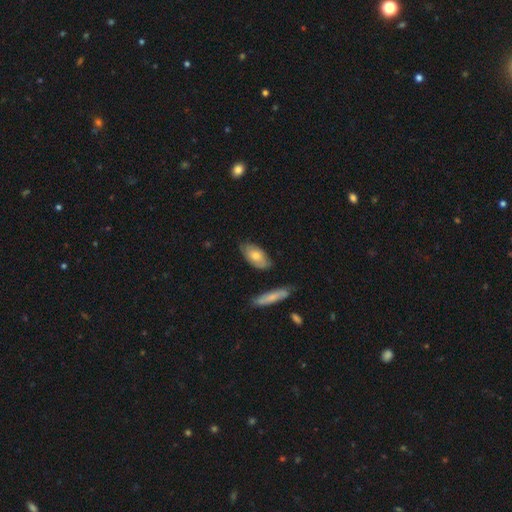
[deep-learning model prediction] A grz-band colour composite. It shows a smooth galaxy with no disk features (65%) that is in between round and cigar-shaped (88%). Merging: none (71%).